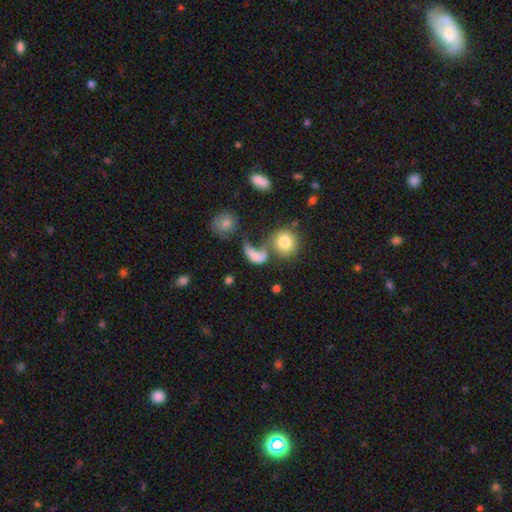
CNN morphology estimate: Overall: smooth (63%; featured or disk 24%). How rounded: in between (59%; round 34%). Merging: merger (46%; major disturbance 26%).